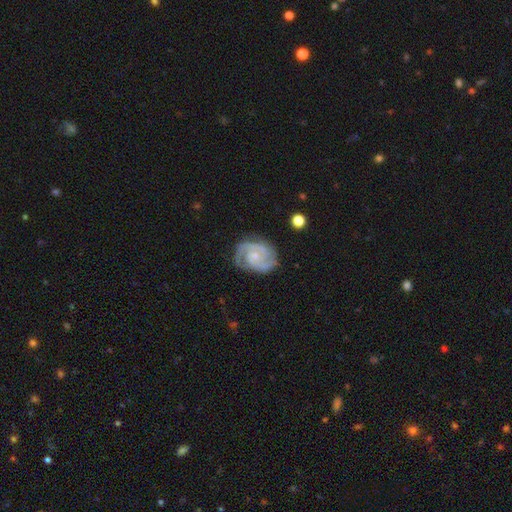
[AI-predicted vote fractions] A featured or disk galaxy (91%) with no bar (64%), 2 (69%) tight (55%) spiral arms (98%) and a small central bulge (68%).

Vote fractions:
- Smooth or featured? featured or disk: 91% / smooth: 5% / star or artifact: 4%
- Edge-on disk? no: 98% / yes: 2%
- Bar? no: 64% / weak: 30% / strong: 6%
- Spiral arms? yes: 98% / no: 2%
- Spiral winding? tight: 55% / medium: 40% / loose: 5%
- Spiral arm count? 2: 69% / 3: 18% / can't tell: 5% / 4: 2% / 1: 2% / more than 4: 2%
- Bulge size? small: 68% / moderate: 27% / none: 4% / large: 1% / dominant: 1%
- Merging? none: 77% / minor disturbance: 17% / major disturbance: 5% / merger: 1%